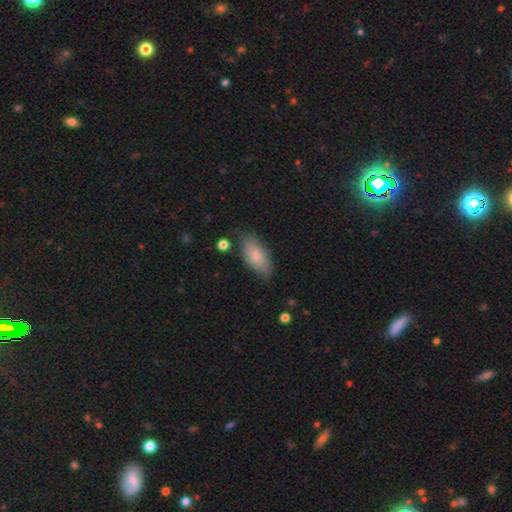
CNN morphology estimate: Q: Smooth or featured?
A: smooth (74%); runner-up: featured or disk (20%)
Q: How rounded?
A: in between (89%); runner-up: cigar-shaped (8%)
Q: Merging?
A: none (69%); runner-up: minor disturbance (24%)